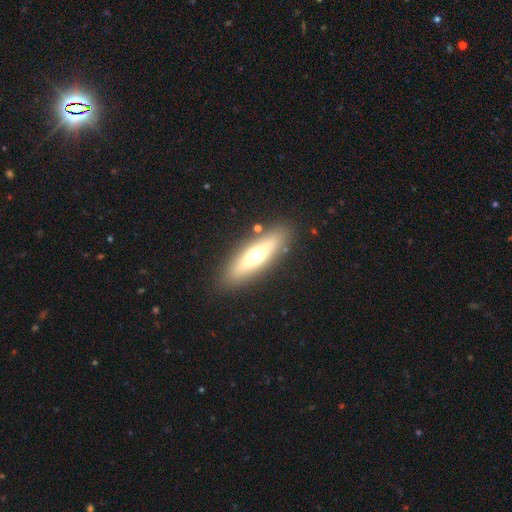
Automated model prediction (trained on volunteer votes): smooth_or_featured: smooth (p=0.54) [alt: featured or disk p=0.39]
how_rounded: cigar-shaped (p=0.61) [alt: in between p=0.37]
merging: none (p=0.86) [alt: minor disturbance p=0.09]